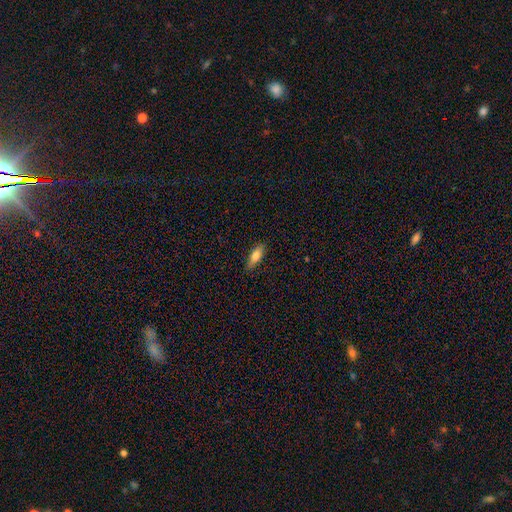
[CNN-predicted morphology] Smooth or featured?
  - smooth: 74% *
  - featured or disk: 19%
  - star or artifact: 7%
How rounded?
  - in between: 59% *
  - cigar-shaped: 38%
  - round: 3%
Merging?
  - none: 84% *
  - minor disturbance: 13%
  - major disturbance: 2%
  - merger: 1%